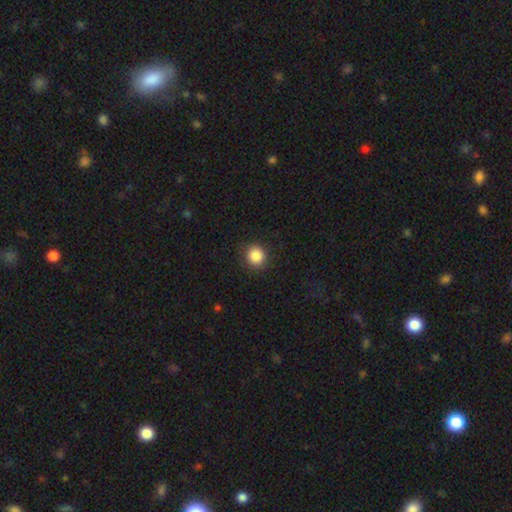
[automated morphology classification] type=smooth (87%); roundness=round (89%); merging=none (88%).